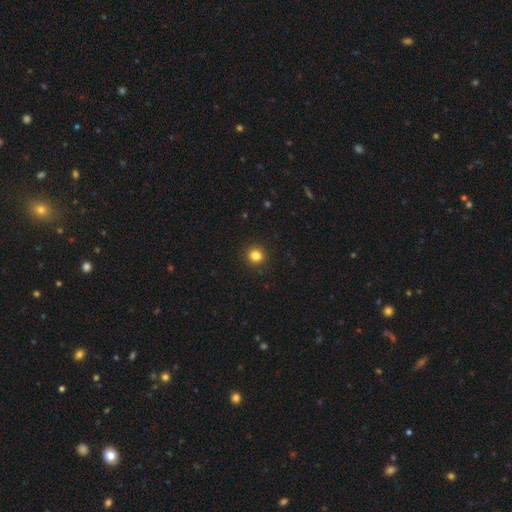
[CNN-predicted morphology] Overall: smooth (83%). How rounded: round (86%). Merging: none (91%).